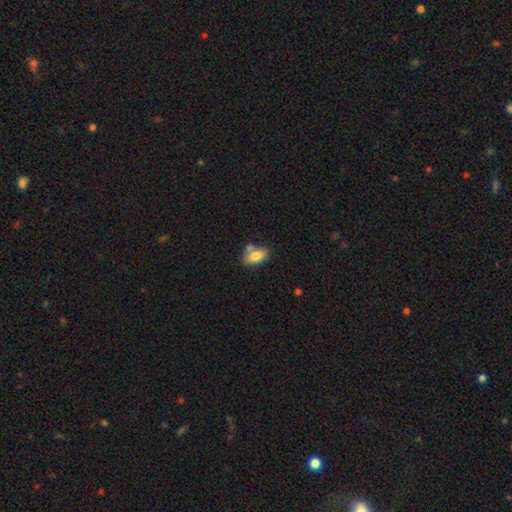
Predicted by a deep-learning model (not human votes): The model was most divided on "merging": none: 58%, merger: 21%, minor disturbance: 17%, major disturbance: 4%. More confident: how rounded — in between (88%); smooth or featured — smooth (78%).